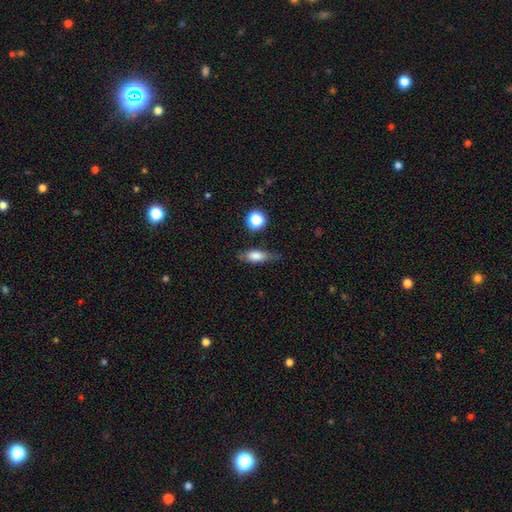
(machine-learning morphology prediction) This is likely a smooth galaxy (72%). How rounded: likely in between (62%). Merging: likely none (61%).